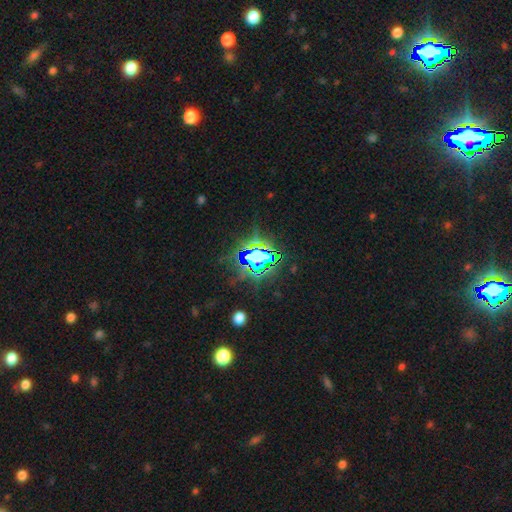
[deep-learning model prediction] A star or artifact, not a galaxy (73%).